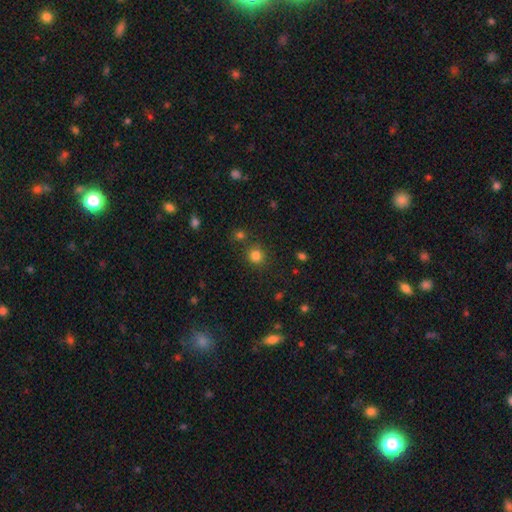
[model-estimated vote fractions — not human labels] smooth-or-featured: smooth: 80% | star or artifact: 15% | featured or disk: 5%
  how-rounded: round: 88% | in between: 11% | cigar-shaped: 1%
  merging: none: 78% | minor disturbance: 10% | merger: 8% | major disturbance: 4%